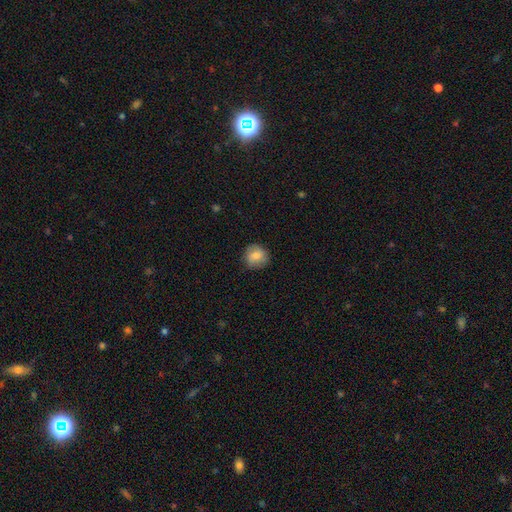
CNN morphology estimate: Smooth or featured: smooth — 80% (featured or disk — 12%)
How rounded: round — 86% (in between — 13%)
Merging: none — 83% (minor disturbance — 13%)